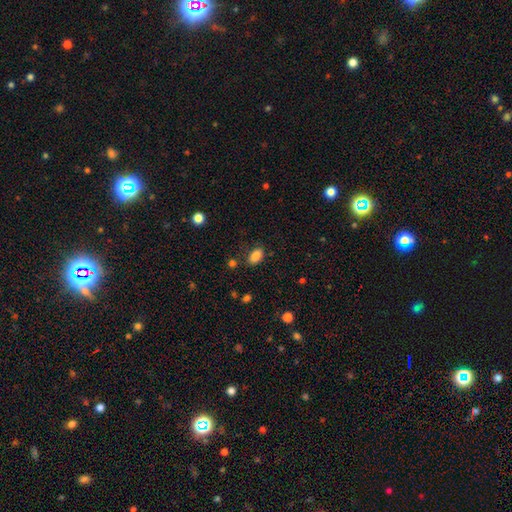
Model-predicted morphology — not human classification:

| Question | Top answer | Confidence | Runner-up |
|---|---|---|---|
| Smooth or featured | smooth | 87% | star or artifact (9%) |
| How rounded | in between | 91% | round (7%) |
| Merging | none | 80% | minor disturbance (13%) |